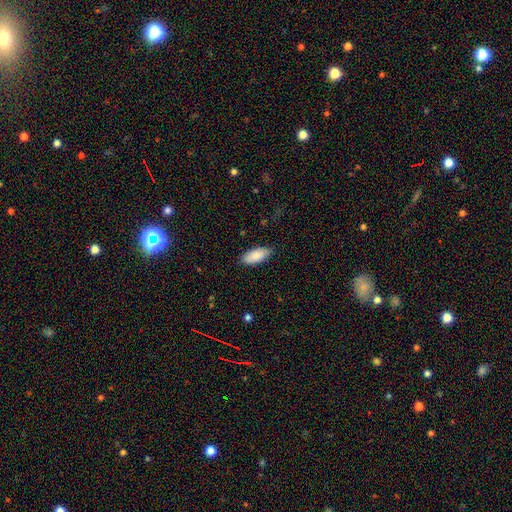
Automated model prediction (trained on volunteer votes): smooth_or_featured: smooth (p=0.85) [alt: featured or disk p=0.08]
how_rounded: in between (p=0.88) [alt: cigar-shaped p=0.10]
merging: none (p=0.86) [alt: minor disturbance p=0.11]